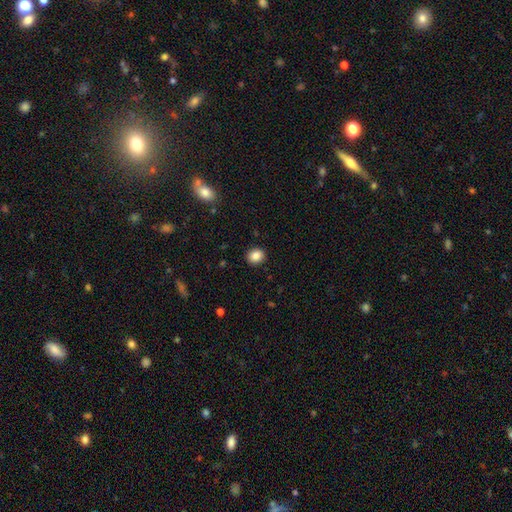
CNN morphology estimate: Smooth or featured? smooth (86%)
How rounded? round (70%)
Merging? none (91%)